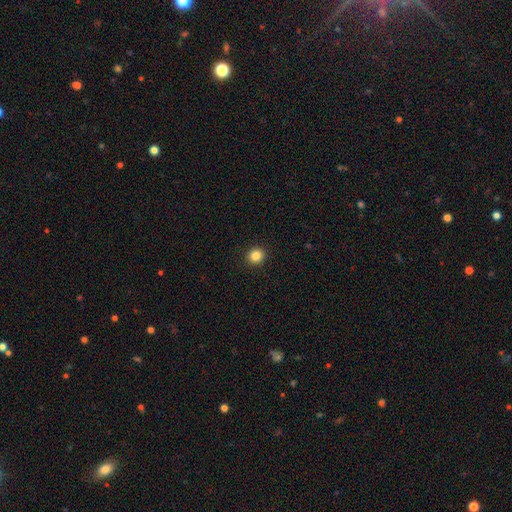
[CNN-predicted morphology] type=smooth (84%); roundness=round (93%); merging=none (93%).